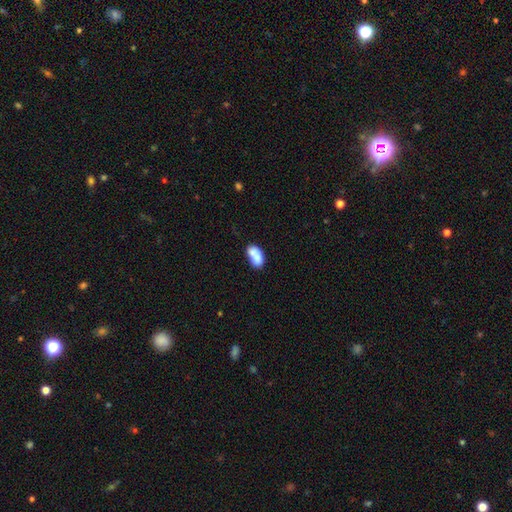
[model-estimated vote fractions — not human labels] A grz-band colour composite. It shows a smooth galaxy with no disk features (74%) that is in between round and cigar-shaped (88%). Merging: merger (50%).